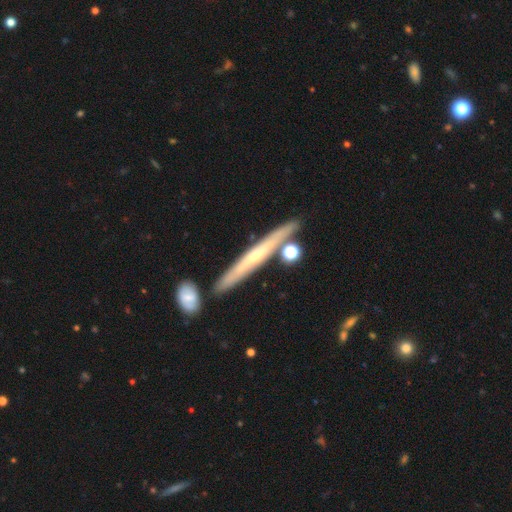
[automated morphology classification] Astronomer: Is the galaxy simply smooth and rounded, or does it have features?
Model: featured or disk — 66%.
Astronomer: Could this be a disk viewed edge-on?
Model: yes — 92%.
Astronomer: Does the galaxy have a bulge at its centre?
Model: rounded — 51% (runner-up: none, 45%).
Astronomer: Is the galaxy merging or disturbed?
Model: none — 82%.